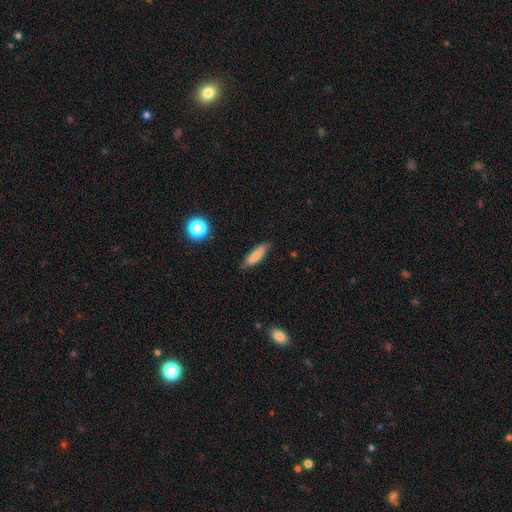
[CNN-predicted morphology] A smooth galaxy with no disk features (79%) that is cigar-shaped (54%).

Vote fractions:
- Smooth or featured? smooth: 79% / featured or disk: 13% / star or artifact: 8%
- How rounded? cigar-shaped: 54% / in between: 44% / round: 2%
- Merging? none: 79% / minor disturbance: 17% / major disturbance: 3% / merger: 1%